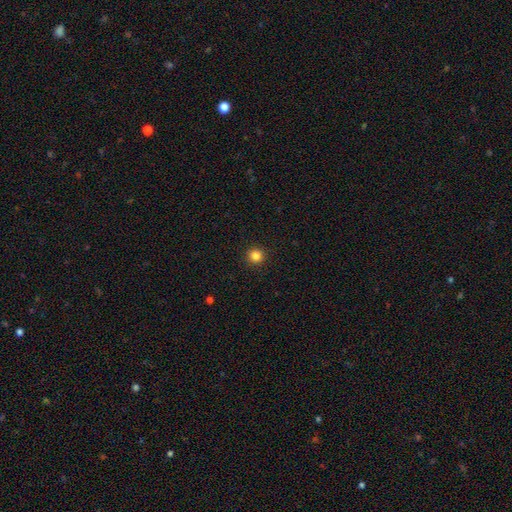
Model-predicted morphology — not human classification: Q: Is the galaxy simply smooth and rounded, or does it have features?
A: smooth — 84%.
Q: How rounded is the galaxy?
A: round — 94%.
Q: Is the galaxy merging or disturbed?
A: none — 92%.